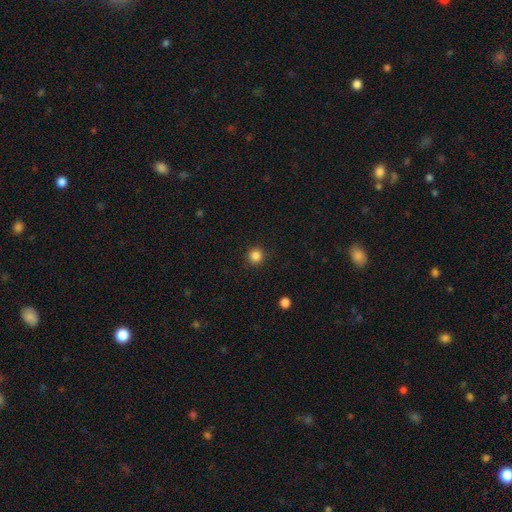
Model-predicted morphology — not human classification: Smooth or featured? smooth (85%)
How rounded? round (95%)
Merging? none (92%)